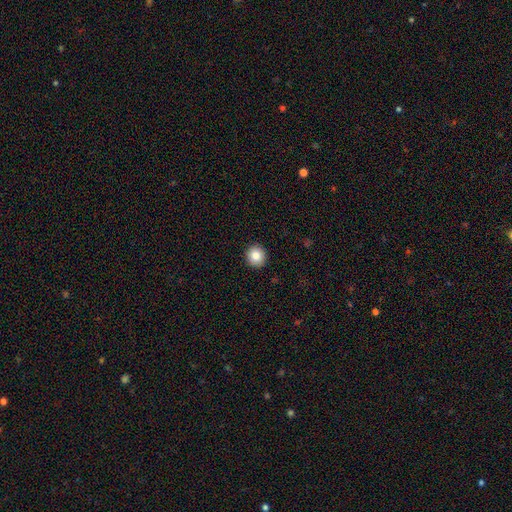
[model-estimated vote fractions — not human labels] Smooth or featured?
  - smooth: 84% *
  - star or artifact: 9%
  - featured or disk: 7%
How rounded?
  - round: 91% *
  - in between: 8%
  - cigar-shaped: 1%
Merging?
  - none: 93% *
  - minor disturbance: 5%
  - major disturbance: 1%
  - merger: 1%